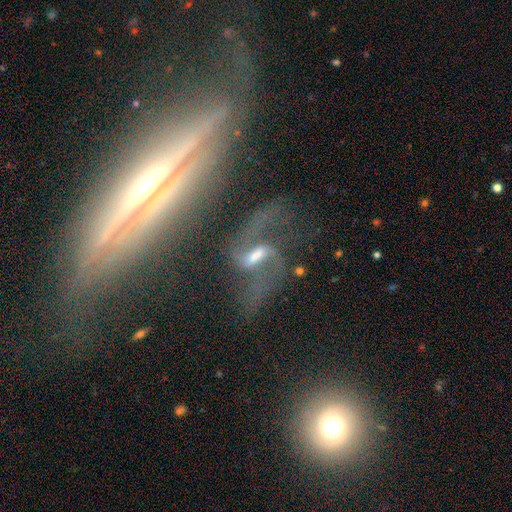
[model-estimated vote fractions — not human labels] Smooth or featured? Predicted: featured or disk (p=0.83). Edge-on disk? Predicted: no (p=0.94). Bar? Predicted: strong (p=0.50). Spiral arms? Predicted: yes (p=0.91). Spiral winding? Predicted: loose (p=0.75). Spiral arm count? Predicted: 2 (p=0.90). Bulge size? Predicted: moderate (p=0.47). Merging? Predicted: none (p=0.48).